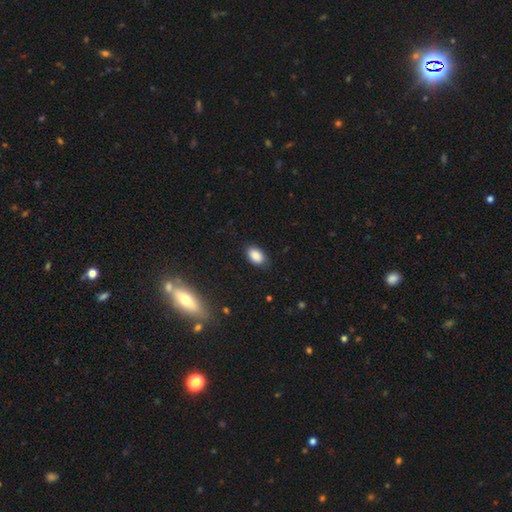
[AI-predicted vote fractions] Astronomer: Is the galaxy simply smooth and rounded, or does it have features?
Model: smooth — 86%.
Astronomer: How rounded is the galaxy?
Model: in between — 91%.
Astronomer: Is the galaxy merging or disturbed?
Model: none — 81%.